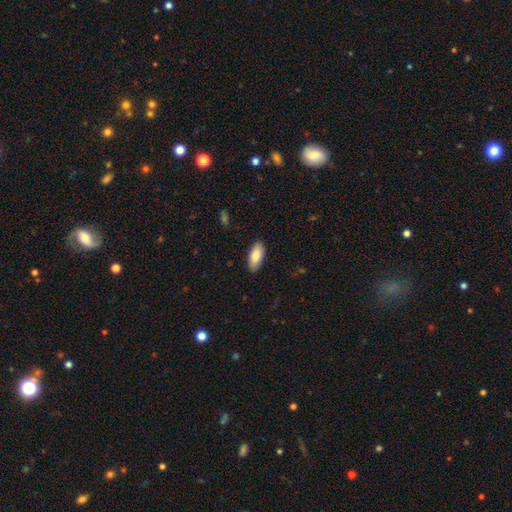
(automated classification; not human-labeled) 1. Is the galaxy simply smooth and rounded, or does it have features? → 85% smooth, 9% featured or disk, 6% star or artifact.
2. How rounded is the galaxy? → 86% in between, 12% cigar-shaped, 2% round.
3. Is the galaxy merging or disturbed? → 88% none, 9% minor disturbance, 2% major disturbance, 1% merger.